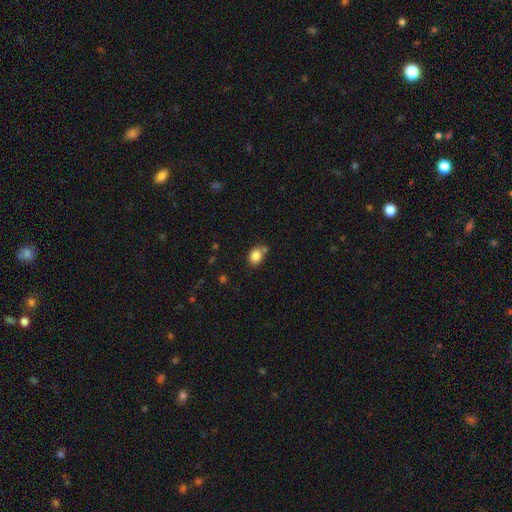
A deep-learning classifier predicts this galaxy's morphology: Q: Smooth or featured?
A: smooth (83%); runner-up: star or artifact (10%)
Q: How rounded?
A: round (50%); runner-up: in between (49%)
Q: Merging?
A: none (59%); runner-up: merger (18%)